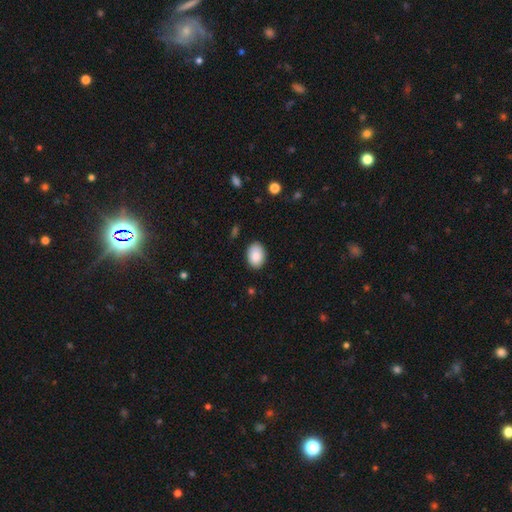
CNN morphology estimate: A smooth galaxy with no disk features (88%) that is in between round and cigar-shaped (84%). Merging: none (88%).